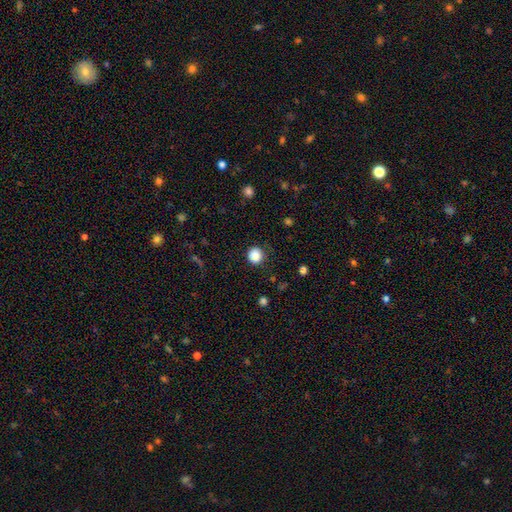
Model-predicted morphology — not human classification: Overall: smooth (86%). How rounded: round (92%). Merging: none (88%).